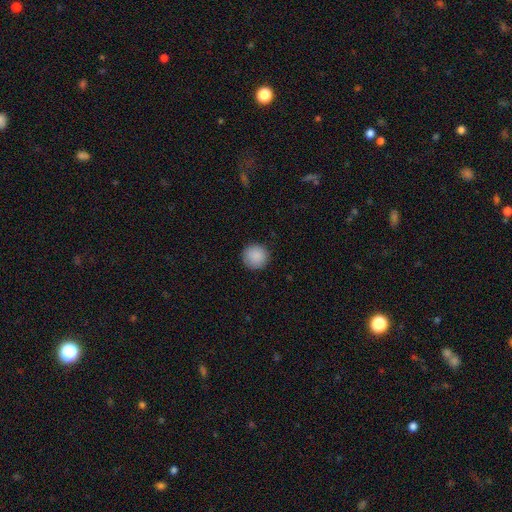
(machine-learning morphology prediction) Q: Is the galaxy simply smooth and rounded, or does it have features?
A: smooth — 89%.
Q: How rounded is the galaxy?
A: round — 96%.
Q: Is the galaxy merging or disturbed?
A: none — 91%.